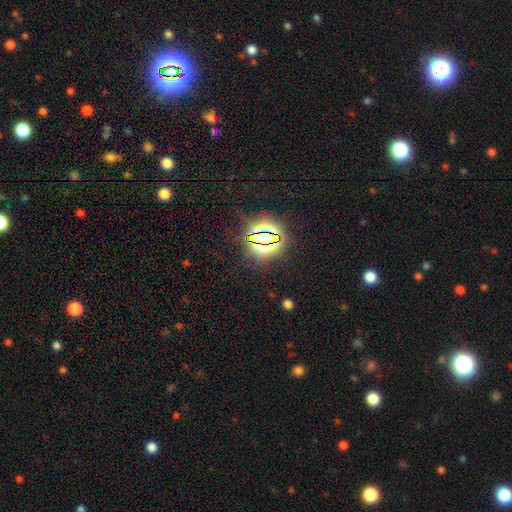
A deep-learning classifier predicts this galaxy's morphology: smooth-or-featured: star or artifact: 82% | smooth: 11% | featured or disk: 7%